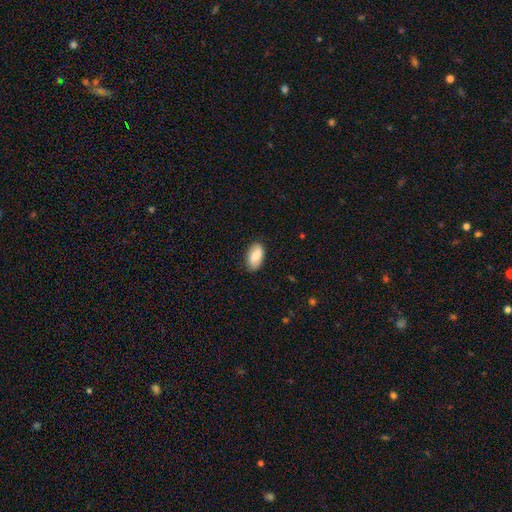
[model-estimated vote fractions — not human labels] Smooth or featured?
  - smooth: 77% *
  - featured or disk: 16%
  - star or artifact: 6%
How rounded?
  - in between: 93% *
  - round: 3%
  - cigar-shaped: 3%
Merging?
  - none: 82% *
  - minor disturbance: 14%
  - major disturbance: 3%
  - merger: 1%